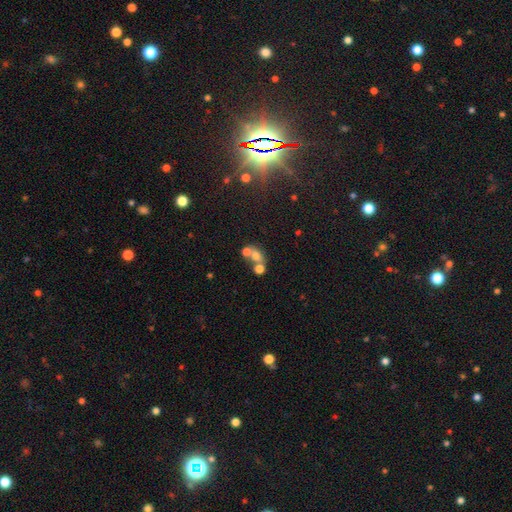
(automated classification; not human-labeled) Smooth or featured: smooth — 59% (featured or disk — 24%)
How rounded: round — 58% (in between — 40%)
Merging: merger — 56% (none — 30%)